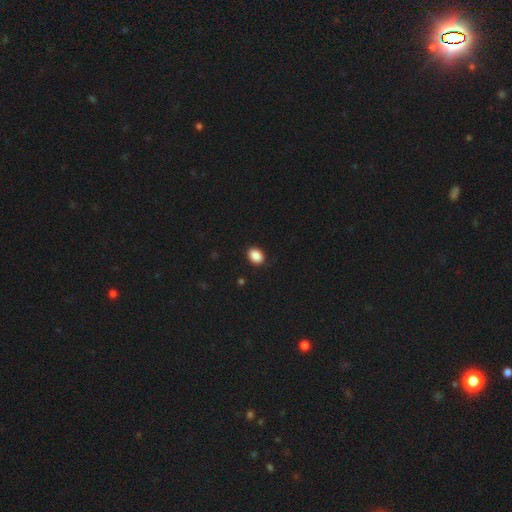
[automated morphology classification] A smooth galaxy with no disk features (89%) that is in between round and cigar-shaped (74%). Merging: none (90%).